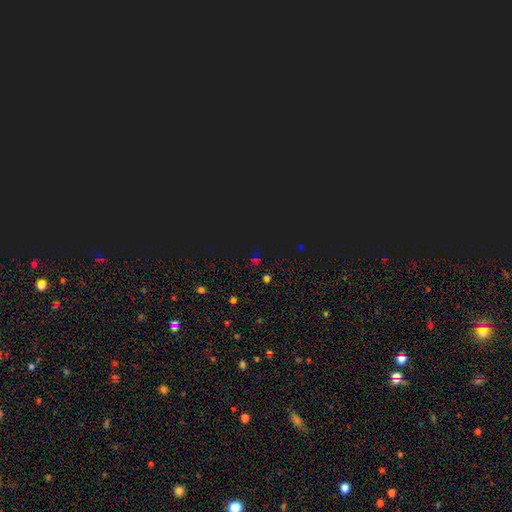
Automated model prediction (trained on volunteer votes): Morphology: type=star or artifact (71%).